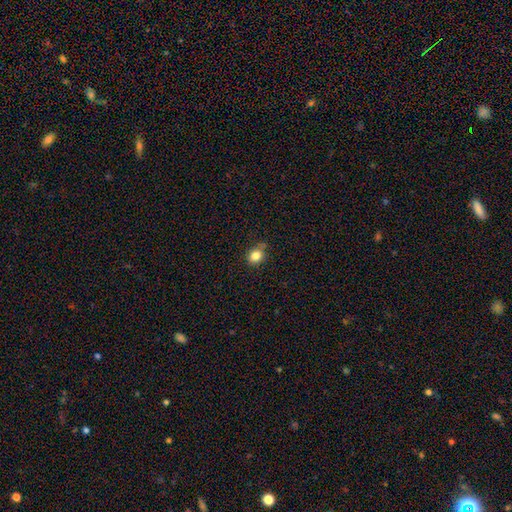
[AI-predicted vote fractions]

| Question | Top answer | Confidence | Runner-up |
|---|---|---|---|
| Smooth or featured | smooth | 83% | star or artifact (11%) |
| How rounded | round | 57% | in between (42%) |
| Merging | none | 69% | minor disturbance (22%) |